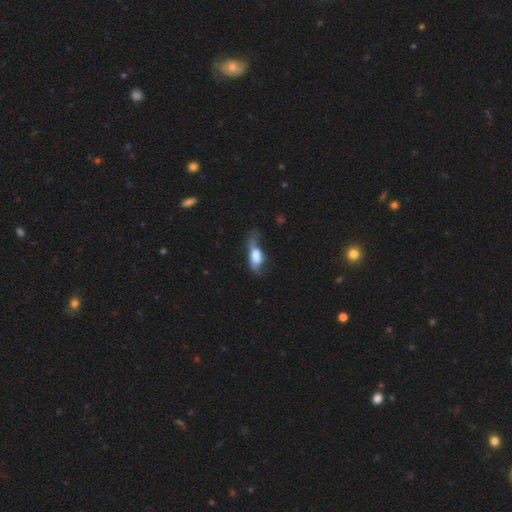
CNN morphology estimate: smooth 59%, featured or disk 33%, star or artifact 9%. Down the decision tree: how rounded — in between (74%); merging — major disturbance (43%).